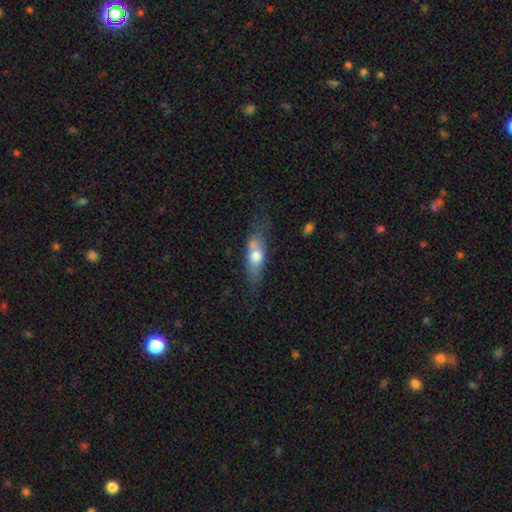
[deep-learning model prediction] The model was most divided on "merging": none: 52%, minor disturbance: 24%, merger: 13%, major disturbance: 10%. More confident: how rounded — in between (62%); smooth or featured — smooth (61%).